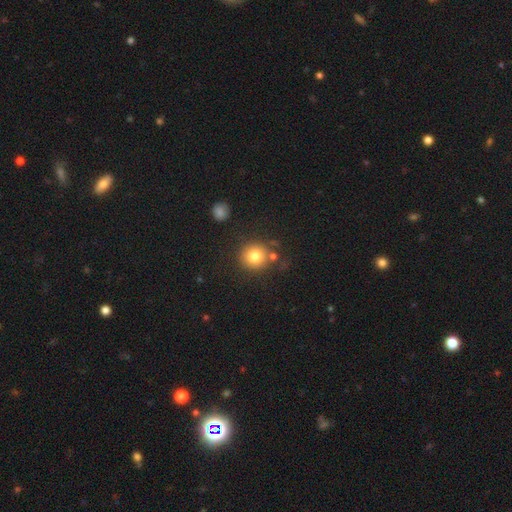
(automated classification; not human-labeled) Q: Smooth or featured?
A: smooth (81%); runner-up: star or artifact (11%)
Q: How rounded?
A: round (91%); runner-up: in between (8%)
Q: Merging?
A: none (75%); runner-up: minor disturbance (11%)